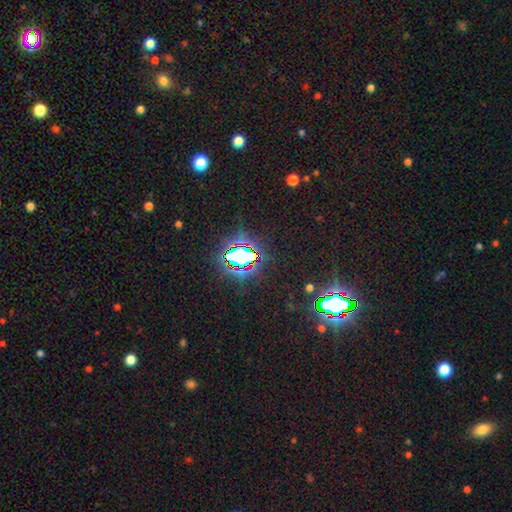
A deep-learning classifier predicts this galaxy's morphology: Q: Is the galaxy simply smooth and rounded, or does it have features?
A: star or artifact — 83%.